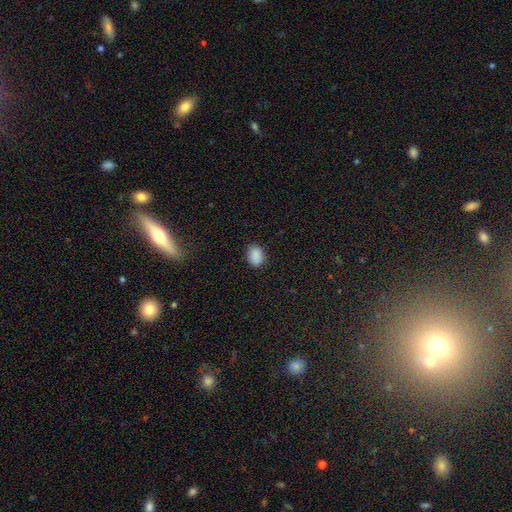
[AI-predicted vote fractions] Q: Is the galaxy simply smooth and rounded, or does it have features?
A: smooth — 88%.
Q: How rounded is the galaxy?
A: in between — 62%.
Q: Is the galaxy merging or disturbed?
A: none — 86%.